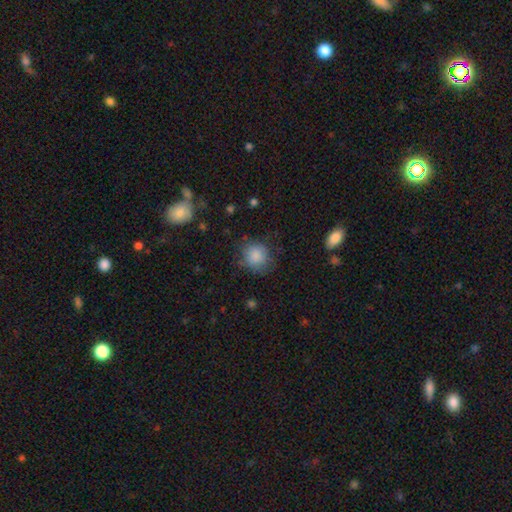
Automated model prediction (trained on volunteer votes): This is clearly a smooth galaxy (85%). How rounded: clearly round (85%). Merging: likely none (71%).